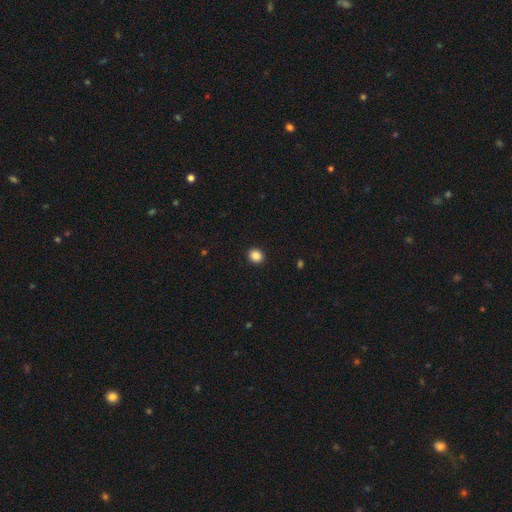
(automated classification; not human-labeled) Smooth or featured? smooth (86%)
How rounded? round (76%)
Merging? none (93%)